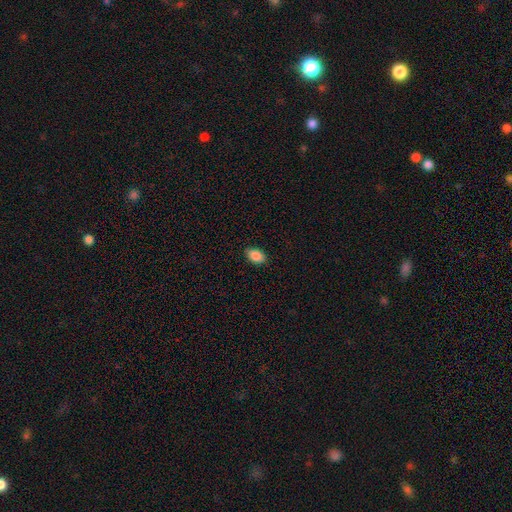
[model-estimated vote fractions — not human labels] smooth-or-featured: smooth: 88% | star or artifact: 8% | featured or disk: 5%
  how-rounded: in between: 89% | round: 9% | cigar-shaped: 1%
  merging: none: 89% | minor disturbance: 8% | major disturbance: 2% | merger: 1%